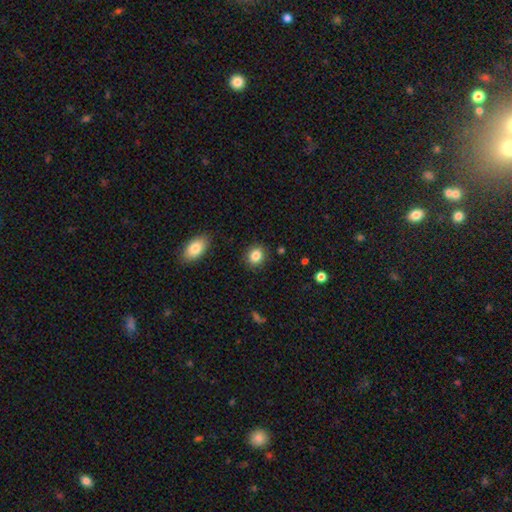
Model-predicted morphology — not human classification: type=smooth (86%); roundness=round (65%); merging=none (88%).